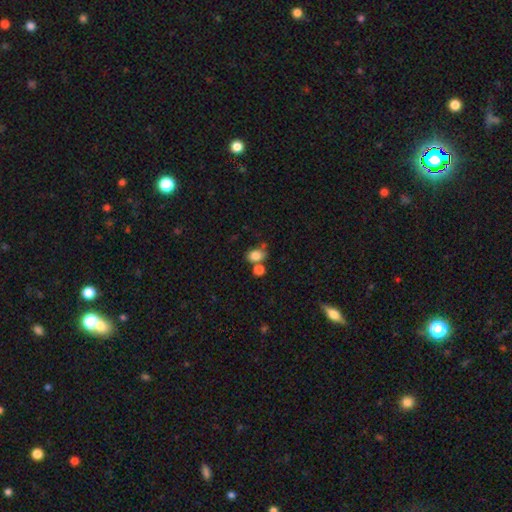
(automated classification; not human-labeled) The model was most divided on "merging": none: 52%, merger: 29%, minor disturbance: 14%, major disturbance: 5%. More confident: smooth or featured — smooth (81%); how rounded — in between (62%).